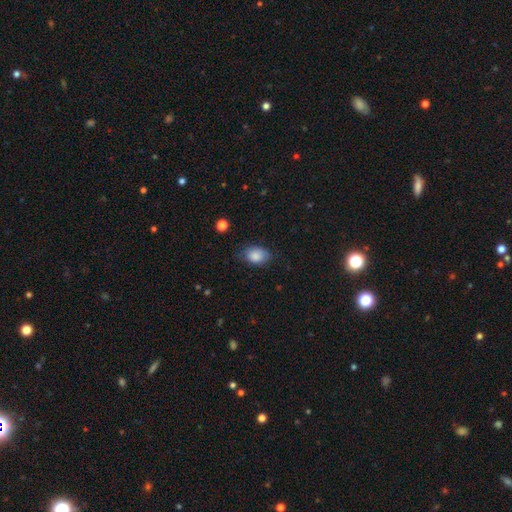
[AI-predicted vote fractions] Q: Smooth or featured?
A: smooth (86%); runner-up: star or artifact (8%)
Q: How rounded?
A: in between (80%); runner-up: round (19%)
Q: Merging?
A: none (67%); runner-up: minor disturbance (26%)